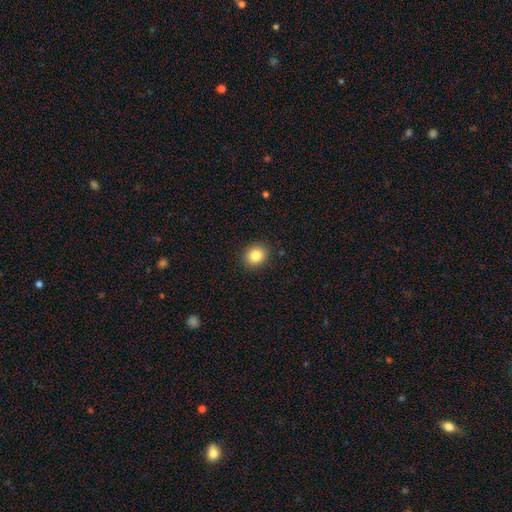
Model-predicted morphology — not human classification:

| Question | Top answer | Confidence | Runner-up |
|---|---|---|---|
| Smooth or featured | smooth | 83% | star or artifact (10%) |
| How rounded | round | 73% | in between (26%) |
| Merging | none | 90% | minor disturbance (7%) |